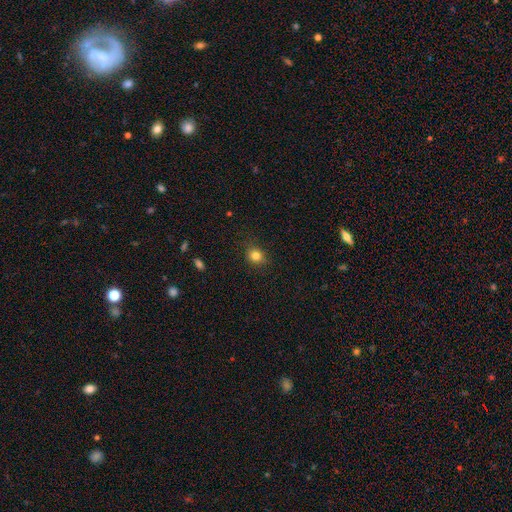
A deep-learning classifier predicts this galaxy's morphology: Smooth or featured? smooth (82%)
How rounded? round (75%)
Merging? none (85%)